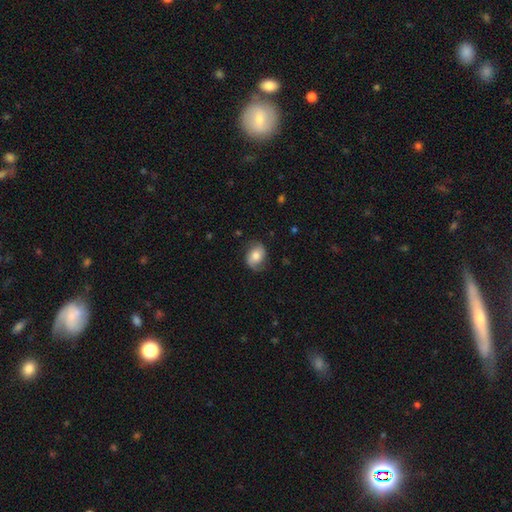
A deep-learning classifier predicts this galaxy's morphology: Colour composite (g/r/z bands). It shows a smooth galaxy with no disk features (59%) that is in between round and cigar-shaped (62%). Merging: none (71%).